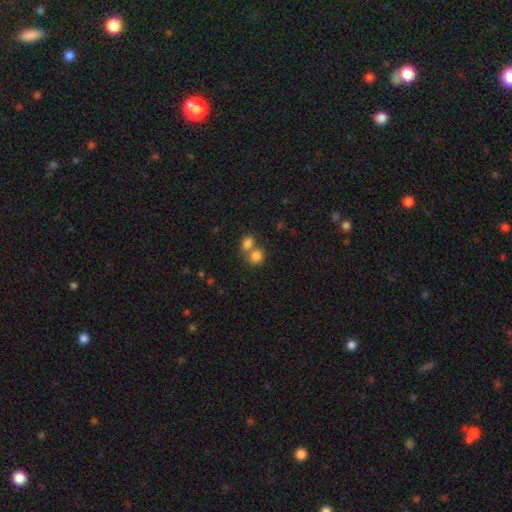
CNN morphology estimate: smooth_or_featured: smooth (p=0.82) [alt: star or artifact p=0.10]
how_rounded: round (p=0.68) [alt: in between p=0.31]
merging: merger (p=0.52) [alt: none p=0.38]